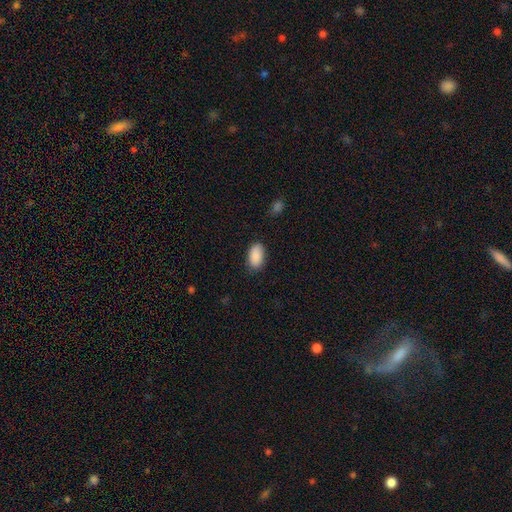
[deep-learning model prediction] Overall: smooth (90%). How rounded: in between (94%). Merging: none (84%).